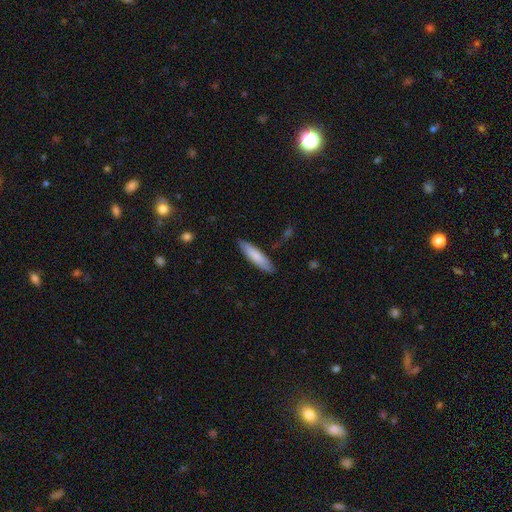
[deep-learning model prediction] Q: Smooth or featured?
A: smooth (79%); runner-up: featured or disk (16%)
Q: How rounded?
A: cigar-shaped (71%); runner-up: in between (28%)
Q: Merging?
A: none (86%); runner-up: minor disturbance (11%)